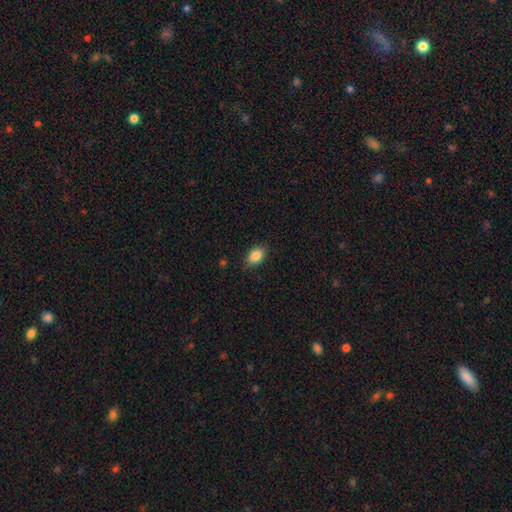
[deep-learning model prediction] This appears to be a smooth galaxy with no disk features (87%) that is in between round and cigar-shaped (84%). Merging: none (84%).